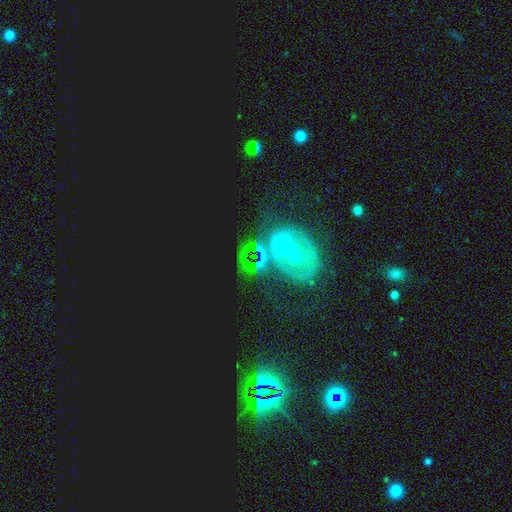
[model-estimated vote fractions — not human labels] This appears to be a star or artifact, not a galaxy (55%).